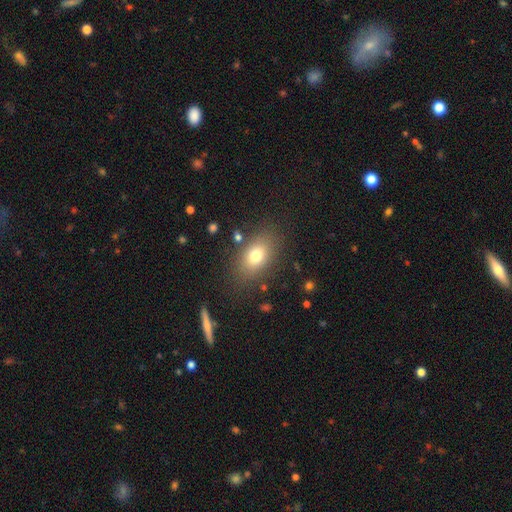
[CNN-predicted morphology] Smooth or featured? smooth (74%)
How rounded? in between (81%)
Merging? none (80%)